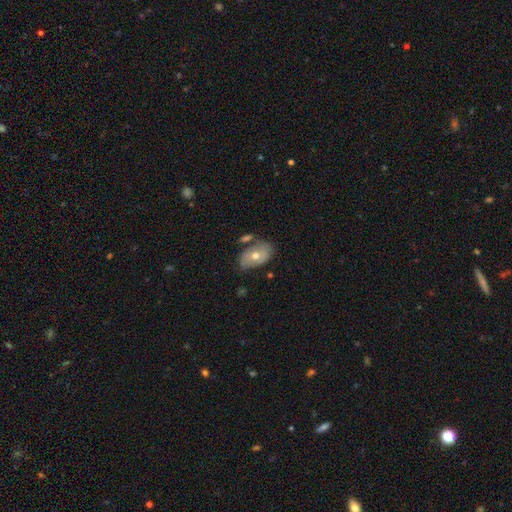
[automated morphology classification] smooth_or_featured: smooth (p=0.47) [alt: featured or disk p=0.44]
merging: none (p=0.62) [alt: minor disturbance p=0.21]